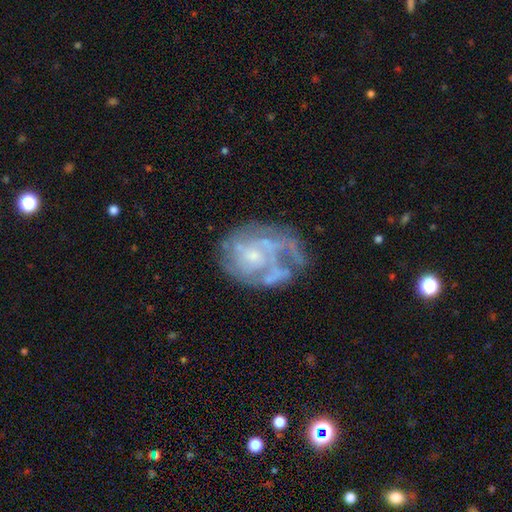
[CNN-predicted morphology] smooth-or-featured: featured or disk: 77% | smooth: 14% | star or artifact: 8%
  disk-edge-on: no: 98% | yes: 2%
    bar: no: 75% | weak: 22% | strong: 4%
    has-spiral-arms: yes: 74% | no: 26%
      spiral-winding: tight: 50% | medium: 33% | loose: 17%
      spiral-arm-count: can't tell: 46% | 3: 17% | 2: 14% | 4: 10% | 1: 8% | more than 4: 5%
    bulge-size: small: 58% | moderate: 25% | none: 14% | large: 2% | dominant: 1%
  merging: none: 48% | major disturbance: 25% | minor disturbance: 22% | merger: 5%